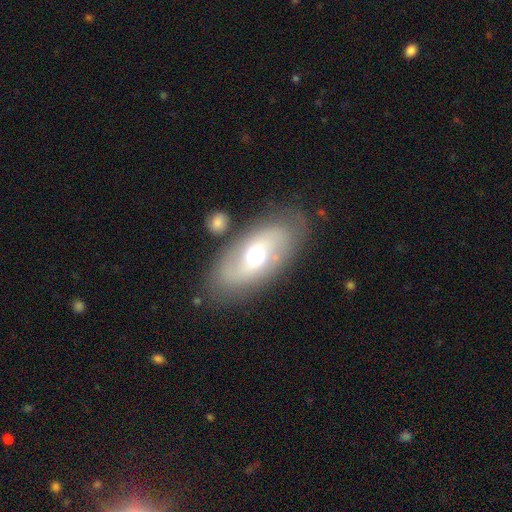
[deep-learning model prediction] A featured or disk galaxy (50%).

Vote fractions:
- Smooth or featured? featured or disk: 50% / smooth: 41% / star or artifact: 9%
- Merging? none: 74% / minor disturbance: 14% / major disturbance: 6% / merger: 6%